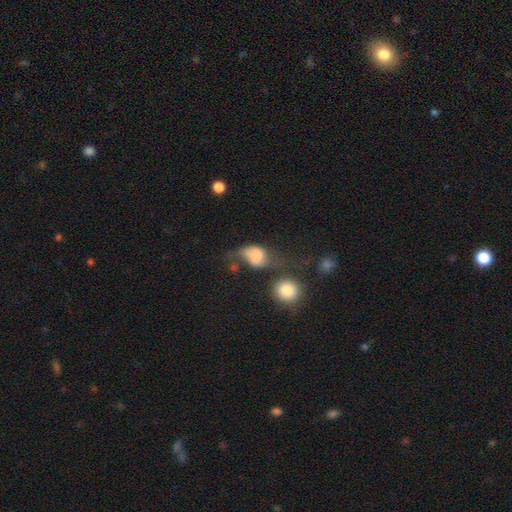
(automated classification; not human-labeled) smooth_or_featured: smooth (p=0.57) [alt: featured or disk p=0.32]
how_rounded: in between (p=0.58) [alt: round p=0.40]
merging: major disturbance (p=0.32) [alt: none p=0.25]